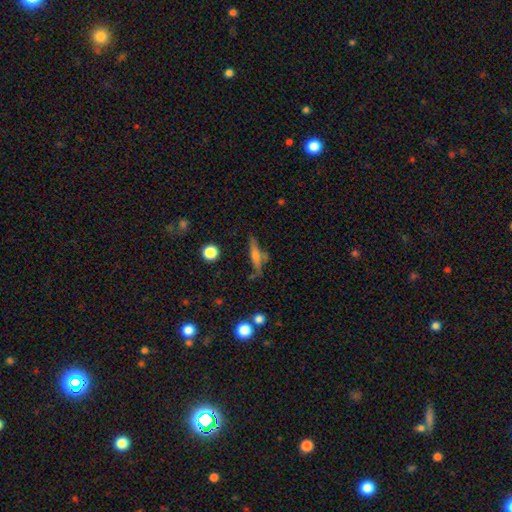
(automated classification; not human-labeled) A featured or disk galaxy (46%).

Vote fractions:
- Smooth or featured? featured or disk: 46% / smooth: 44% / star or artifact: 10%
- Merging? none: 62% / minor disturbance: 21% / major disturbance: 8% / merger: 8%